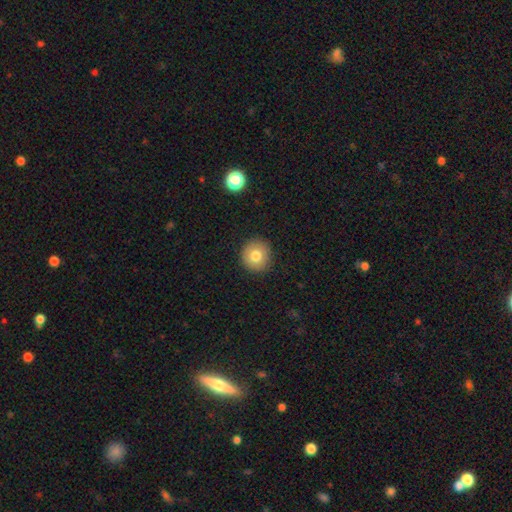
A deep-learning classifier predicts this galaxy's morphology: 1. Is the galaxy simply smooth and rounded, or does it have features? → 78% smooth, 13% featured or disk, 9% star or artifact.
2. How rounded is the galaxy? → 92% round, 7% in between, 1% cigar-shaped.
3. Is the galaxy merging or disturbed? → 91% none, 7% minor disturbance, 2% major disturbance, 1% merger.